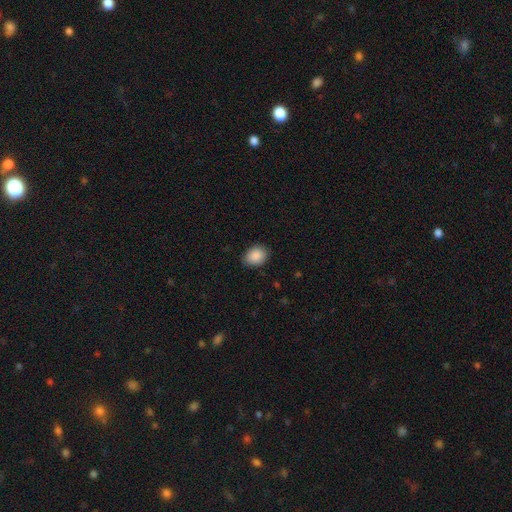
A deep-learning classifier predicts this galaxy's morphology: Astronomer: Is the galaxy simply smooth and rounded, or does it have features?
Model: smooth — 89%.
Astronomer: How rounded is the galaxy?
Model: in between — 66%.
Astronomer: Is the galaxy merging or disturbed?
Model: none — 85%.